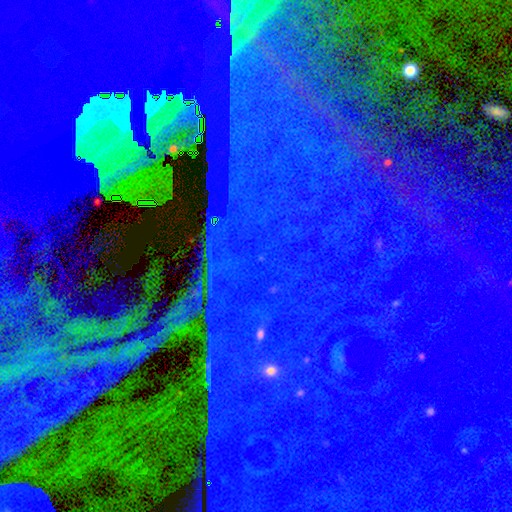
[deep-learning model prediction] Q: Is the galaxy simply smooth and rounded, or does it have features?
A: star or artifact — 87%.